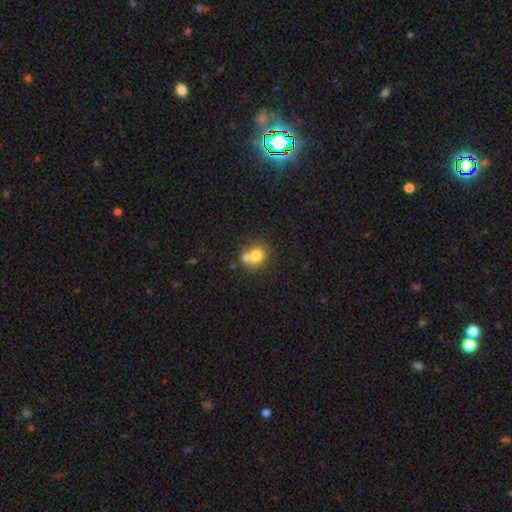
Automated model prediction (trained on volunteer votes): This is likely a smooth galaxy (74%). How rounded: likely round (77%). Merging: possibly merger (50%).